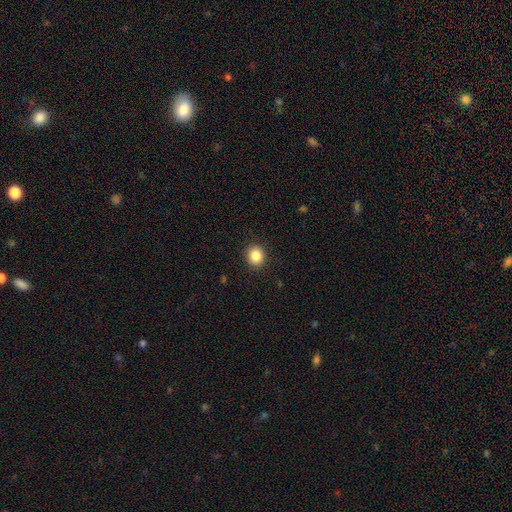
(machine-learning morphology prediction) smooth-or-featured: smooth: 86% | star or artifact: 10% | featured or disk: 4%
  how-rounded: round: 73% | in between: 26% | cigar-shaped: 1%
  merging: none: 90% | minor disturbance: 7% | major disturbance: 2% | merger: 1%